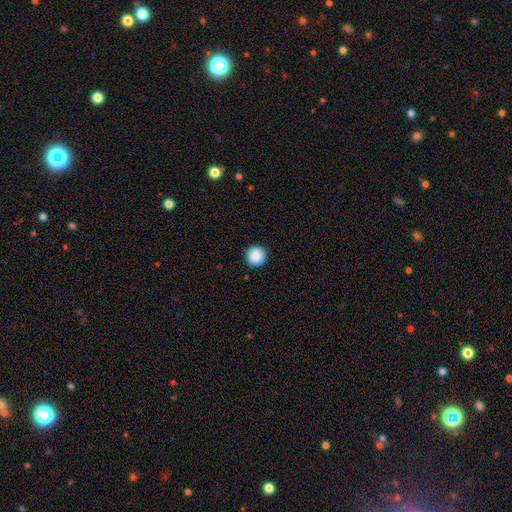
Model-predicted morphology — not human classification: Smooth or featured?
  - smooth: 89% *
  - star or artifact: 9%
  - featured or disk: 3%
How rounded?
  - round: 96% *
  - in between: 3%
  - cigar-shaped: 1%
Merging?
  - none: 93% *
  - minor disturbance: 5%
  - major disturbance: 2%
  - merger: 1%